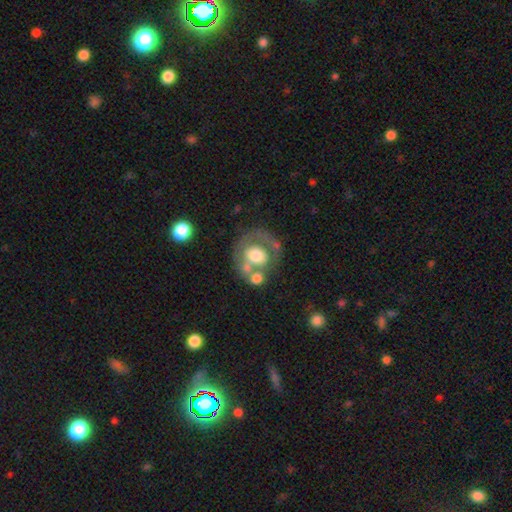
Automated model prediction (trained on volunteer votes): Smooth or featured? Predicted: featured or disk (p=0.49). Merging? Predicted: none (p=0.46).